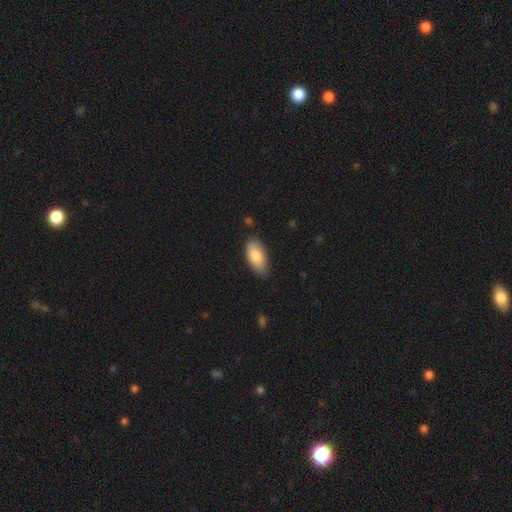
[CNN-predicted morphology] smooth-or-featured: smooth: 84% | featured or disk: 10% | star or artifact: 6%
  how-rounded: in between: 91% | cigar-shaped: 6% | round: 2%
  merging: none: 76% | minor disturbance: 20% | major disturbance: 3% | merger: 1%